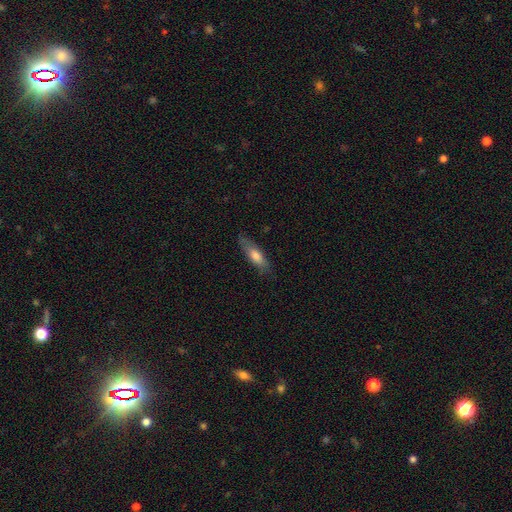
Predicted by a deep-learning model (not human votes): Overall: smooth (66%; featured or disk 27%). How rounded: cigar-shaped (57%; in between 41%). Merging: none (78%).